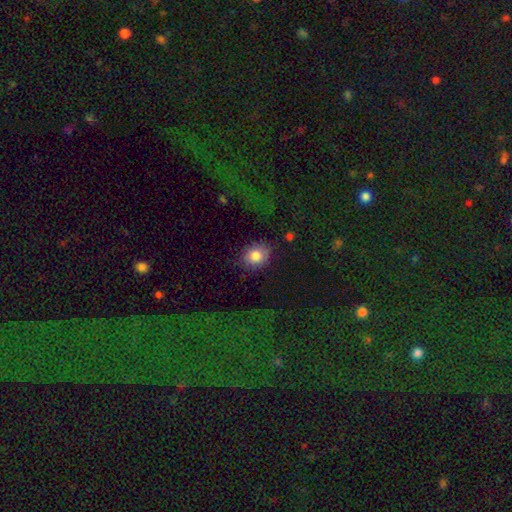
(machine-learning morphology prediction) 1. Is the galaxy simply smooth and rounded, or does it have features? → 82% smooth, 9% featured or disk, 9% star or artifact.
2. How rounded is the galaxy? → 54% round, 45% in between, 1% cigar-shaped.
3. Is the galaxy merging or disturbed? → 75% none, 18% minor disturbance, 6% major disturbance, 2% merger.